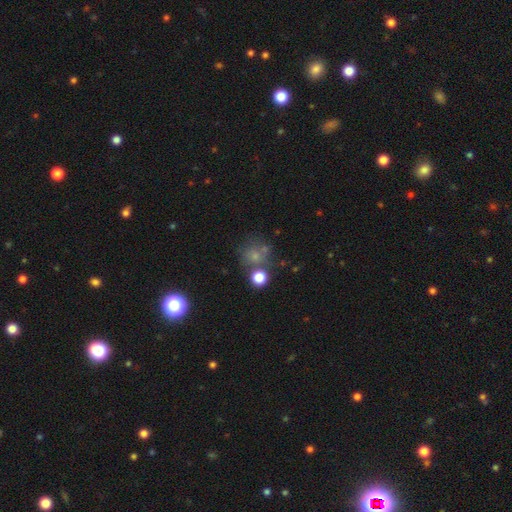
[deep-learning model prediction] This is likely a smooth galaxy (66%). How rounded: clearly round (85%). Merging: possibly none (58%).